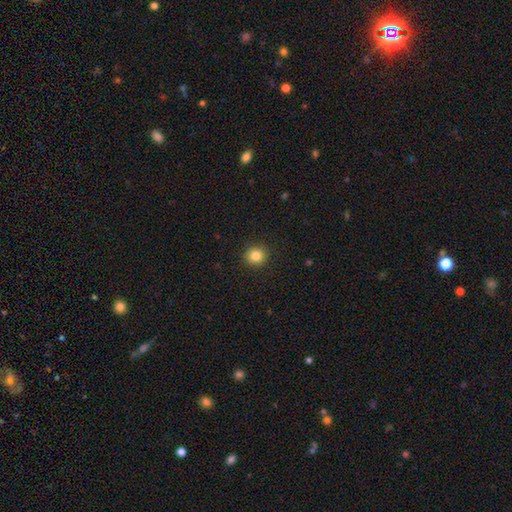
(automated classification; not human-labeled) smooth_or_featured: smooth (p=0.84) [alt: star or artifact p=0.11]
how_rounded: round (p=0.91) [alt: in between p=0.08]
merging: none (p=0.92) [alt: minor disturbance p=0.05]